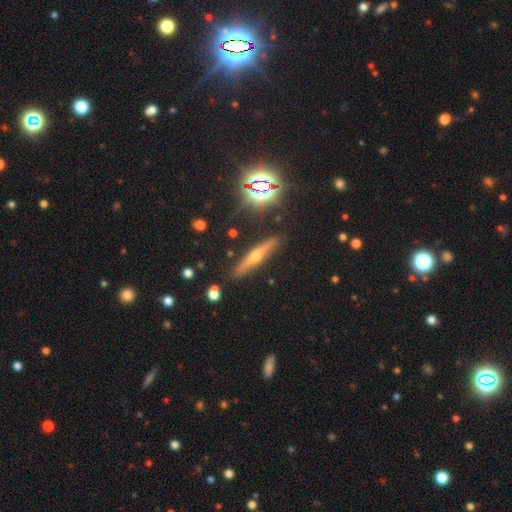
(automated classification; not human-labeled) A featured or disk galaxy (57%) viewed edge-on (93%) with a rounded central bulge (87%).

Vote fractions:
- Smooth or featured? featured or disk: 57% / smooth: 27% / star or artifact: 16%
- Edge-on disk? yes: 93% / no: 7%
- Edge-on bulge? rounded: 87% / none: 9% / boxy: 3%
- Merging? none: 88% / minor disturbance: 8% / merger: 2% / major disturbance: 2%